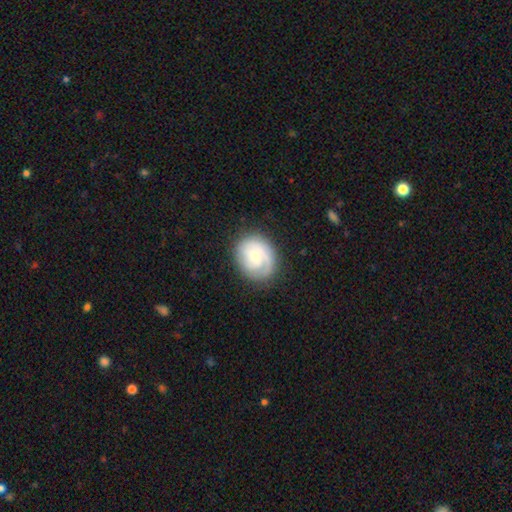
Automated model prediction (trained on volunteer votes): featured or disk 66%, smooth 28%, star or artifact 7%. Down the decision tree: edge-on disk — no (98%); bar — no (74%); spiral arms — yes (92%); spiral arm count — 2 (27%, tied with can't tell); spiral winding — tight (59%); bulge size — small (67%); merging — none (76%).